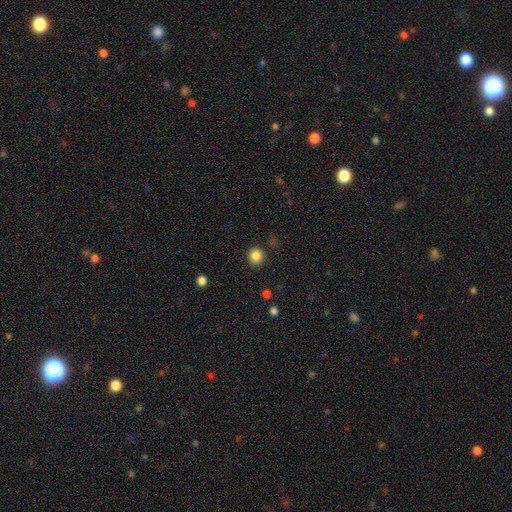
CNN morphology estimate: Overall: smooth (85%). How rounded: round (88%). Merging: none (87%).